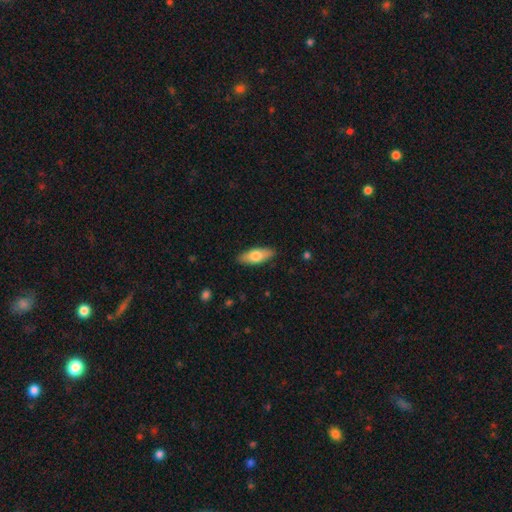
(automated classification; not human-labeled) smooth_or_featured: smooth (p=0.71) [alt: featured or disk p=0.23]
how_rounded: in between (p=0.73) [alt: cigar-shaped p=0.25]
merging: none (p=0.88) [alt: minor disturbance p=0.10]